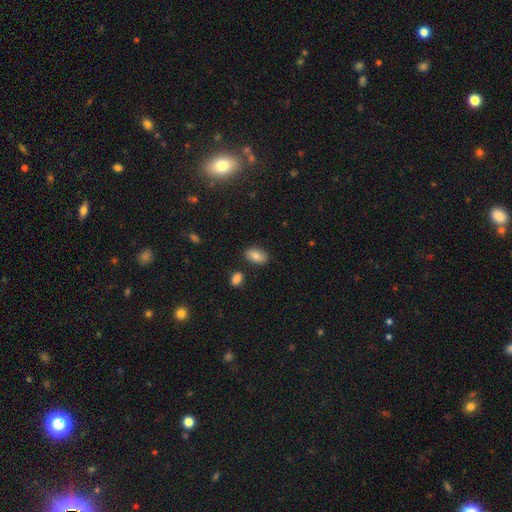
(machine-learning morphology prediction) smooth-or-featured: smooth: 78% | featured or disk: 13% | star or artifact: 8%
  how-rounded: in between: 91% | round: 7% | cigar-shaped: 2%
  merging: none: 84% | minor disturbance: 11% | merger: 3% | major disturbance: 2%